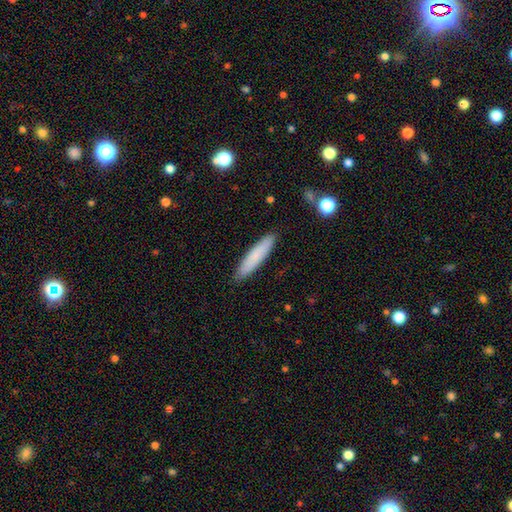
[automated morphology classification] A smooth galaxy with no disk features (80%) that is cigar-shaped (86%). Merging: none (90%).